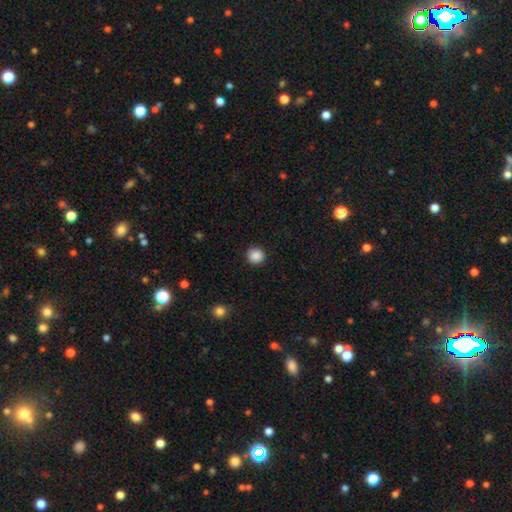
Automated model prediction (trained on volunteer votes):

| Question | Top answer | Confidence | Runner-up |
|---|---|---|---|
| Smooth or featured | smooth | 89% | star or artifact (9%) |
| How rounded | round | 91% | in between (8%) |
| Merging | none | 92% | minor disturbance (5%) |